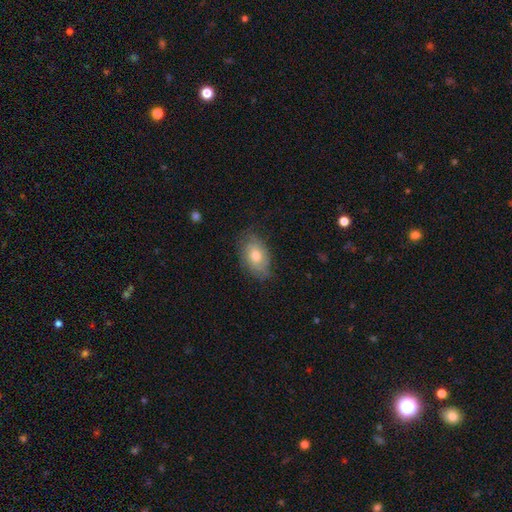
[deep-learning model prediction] The model was most divided on "smooth or featured": smooth: 51%, featured or disk: 41%, star or artifact: 8%. More confident: how rounded — in between (87%); merging — none (70%).